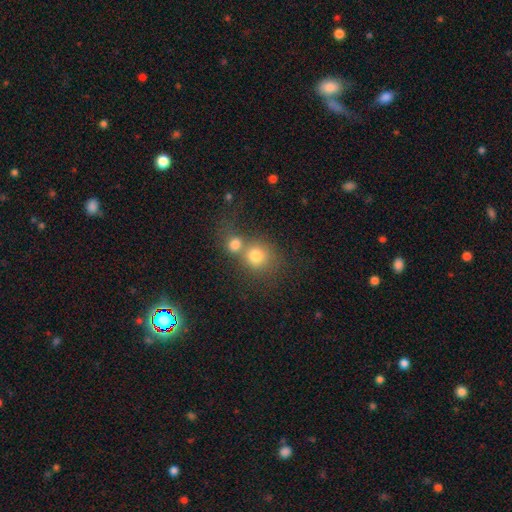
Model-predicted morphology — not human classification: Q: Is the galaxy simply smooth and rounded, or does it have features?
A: smooth — 75%.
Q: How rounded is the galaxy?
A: round — 83%.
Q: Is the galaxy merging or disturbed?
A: merger — 51%.